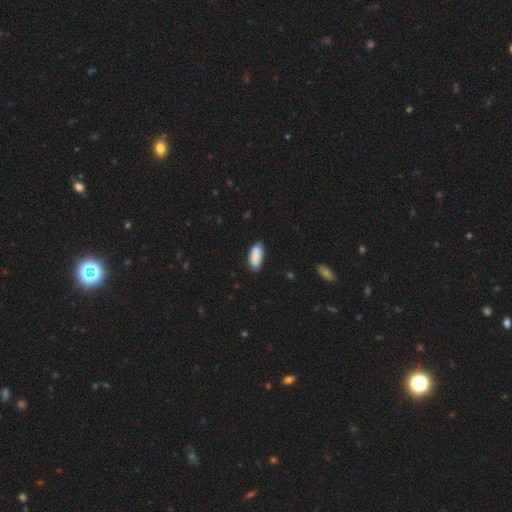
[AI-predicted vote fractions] A smooth galaxy with no disk features (77%) that is in between round and cigar-shaped (90%).

Vote fractions:
- Smooth or featured? smooth: 77% / featured or disk: 16% / star or artifact: 7%
- How rounded? in between: 90% / cigar-shaped: 8% / round: 2%
- Merging? none: 69% / minor disturbance: 22% / merger: 5% / major disturbance: 4%